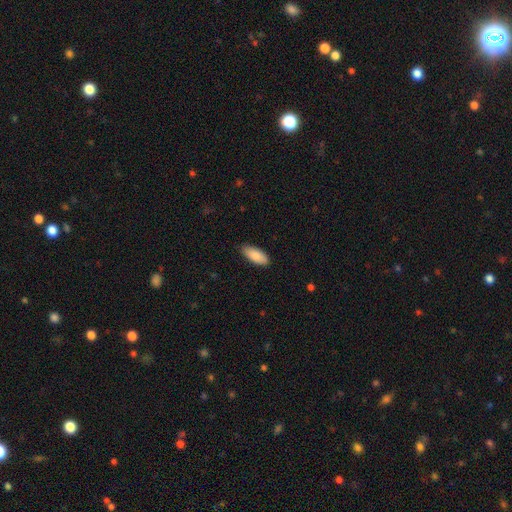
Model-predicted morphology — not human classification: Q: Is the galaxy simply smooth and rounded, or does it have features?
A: smooth — 87%.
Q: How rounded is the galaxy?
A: in between — 84%.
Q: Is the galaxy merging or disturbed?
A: none — 85%.